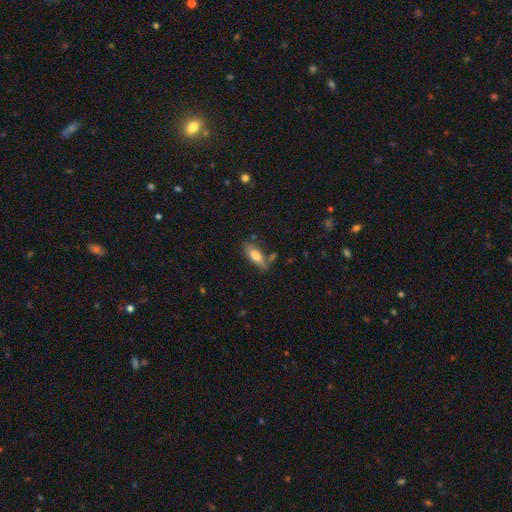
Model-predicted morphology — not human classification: Q: Smooth or featured?
A: smooth (63%); runner-up: featured or disk (30%)
Q: How rounded?
A: in between (62%); runner-up: cigar-shaped (36%)
Q: Merging?
A: none (62%); runner-up: minor disturbance (21%)